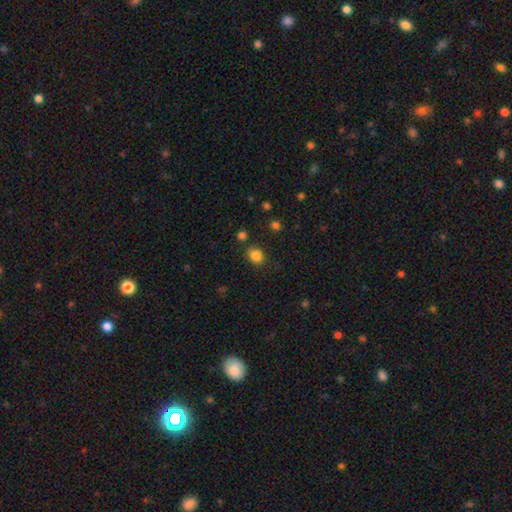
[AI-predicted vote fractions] Smooth or featured? Predicted: smooth (p=0.83). How rounded? Predicted: round (p=0.66). Merging? Predicted: none (p=0.80).